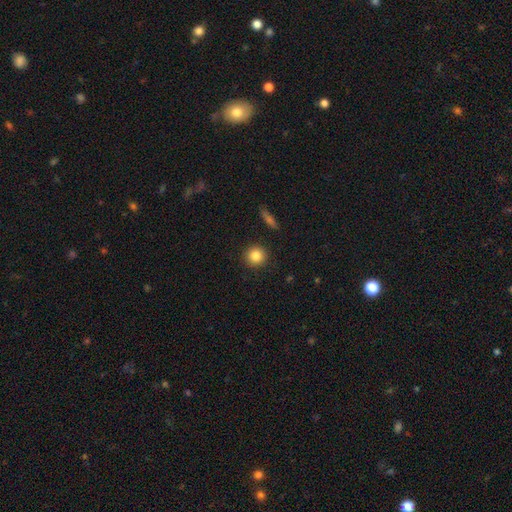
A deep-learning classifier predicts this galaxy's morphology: smooth_or_featured: smooth (p=0.85) [alt: star or artifact p=0.09]
how_rounded: round (p=0.93) [alt: in between p=0.06]
merging: none (p=0.91) [alt: minor disturbance p=0.05]